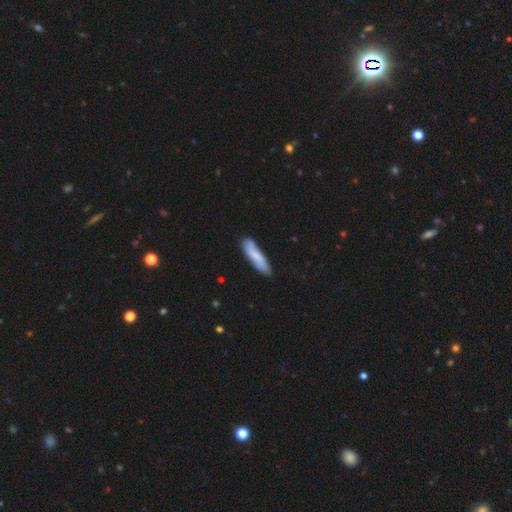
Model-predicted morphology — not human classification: Overall: smooth (67%). How rounded: cigar-shaped (75%). Merging: none (77%).